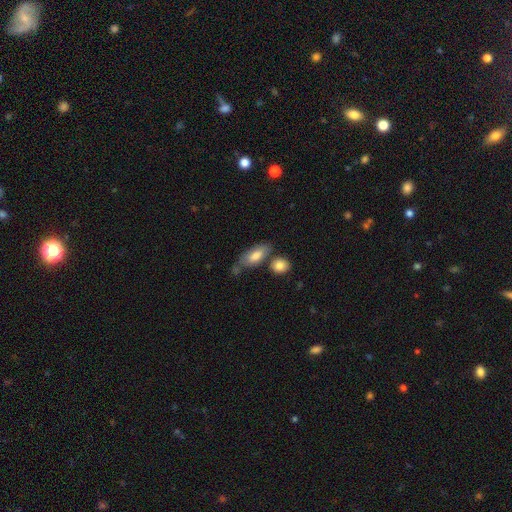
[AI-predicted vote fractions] Smooth or featured: smooth — 73% (featured or disk — 21%)
How rounded: in between — 82% (cigar-shaped — 15%)
Merging: none — 56% (minor disturbance — 20%)